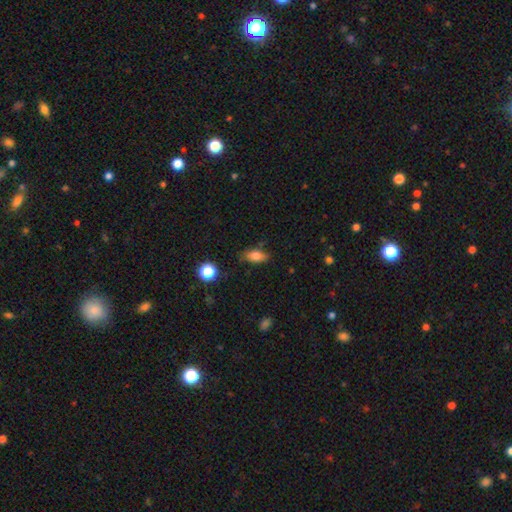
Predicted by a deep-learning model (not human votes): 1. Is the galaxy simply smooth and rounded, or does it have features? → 77% smooth, 14% featured or disk, 9% star or artifact.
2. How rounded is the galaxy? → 82% in between, 10% cigar-shaped, 8% round.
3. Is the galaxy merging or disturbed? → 75% none, 19% minor disturbance, 4% major disturbance, 2% merger.